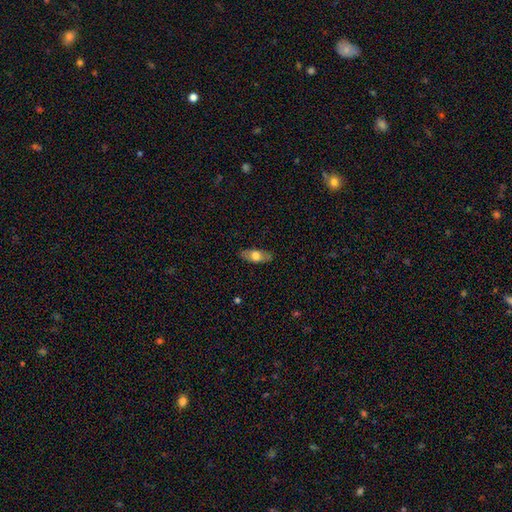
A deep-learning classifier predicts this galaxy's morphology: A smooth galaxy with no disk features (63%) that is in between round and cigar-shaped (82%).

Vote fractions:
- Smooth or featured? smooth: 63% / featured or disk: 31% / star or artifact: 6%
- How rounded? in between: 82% / cigar-shaped: 14% / round: 4%
- Merging? none: 85% / minor disturbance: 12% / major disturbance: 3% / merger: 1%